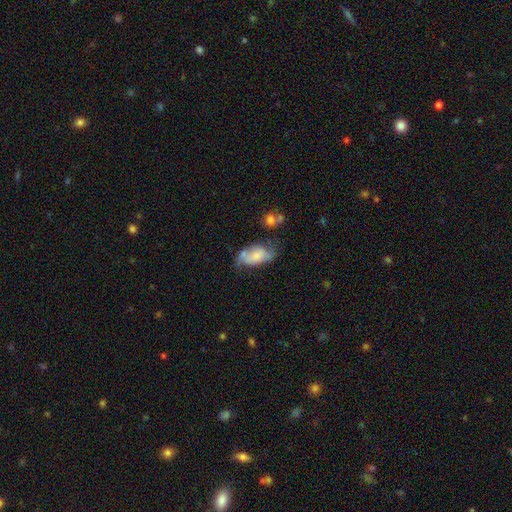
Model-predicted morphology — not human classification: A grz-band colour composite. It shows a smooth galaxy with no disk features (57%) that is in between round and cigar-shaped (91%). Merging: none (33%).